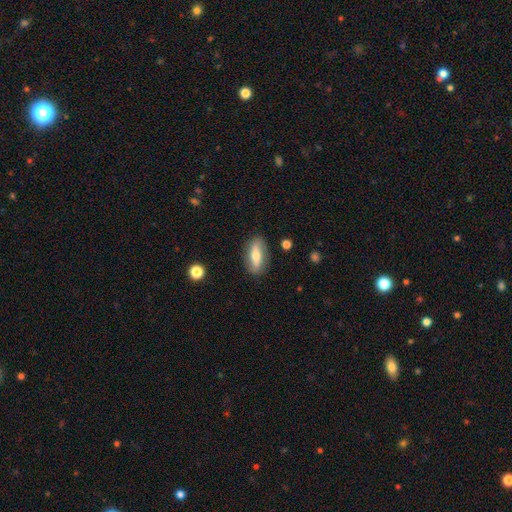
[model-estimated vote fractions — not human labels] Smooth or featured: smooth — 48% (featured or disk — 45%)
Merging: none — 83% (minor disturbance — 12%)